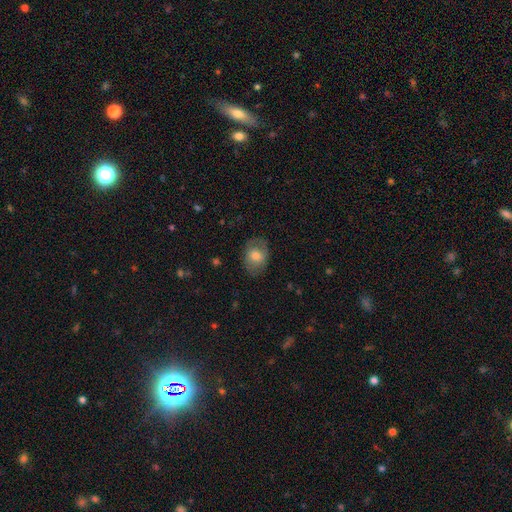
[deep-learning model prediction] This appears to be a smooth galaxy with no disk features (65%) that is in between round and cigar-shaped (69%). Merging: none (77%).